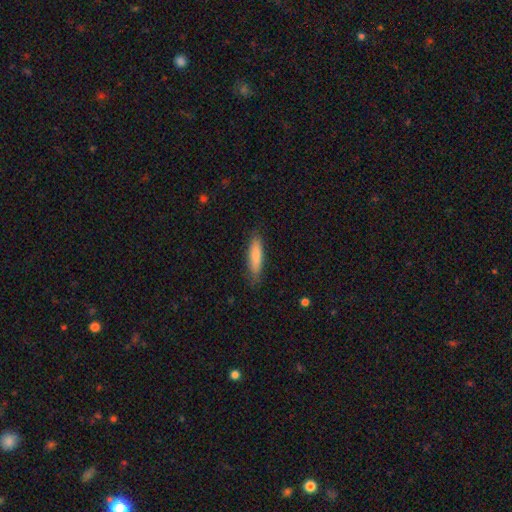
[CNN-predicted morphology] smooth-or-featured: smooth: 78% | featured or disk: 16% | star or artifact: 6%
  how-rounded: cigar-shaped: 68% | in between: 30% | round: 2%
  merging: none: 83% | minor disturbance: 13% | major disturbance: 3% | merger: 1%